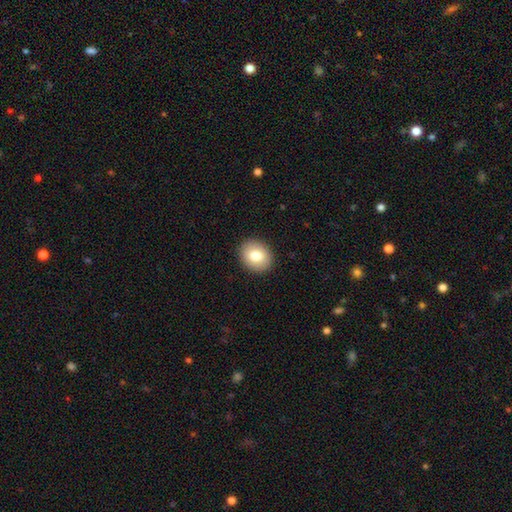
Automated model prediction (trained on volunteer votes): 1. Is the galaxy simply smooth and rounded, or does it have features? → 79% smooth, 12% featured or disk, 9% star or artifact.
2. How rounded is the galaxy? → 60% round, 39% in between, 1% cigar-shaped.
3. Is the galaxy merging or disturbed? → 91% none, 6% minor disturbance, 2% major disturbance, 1% merger.